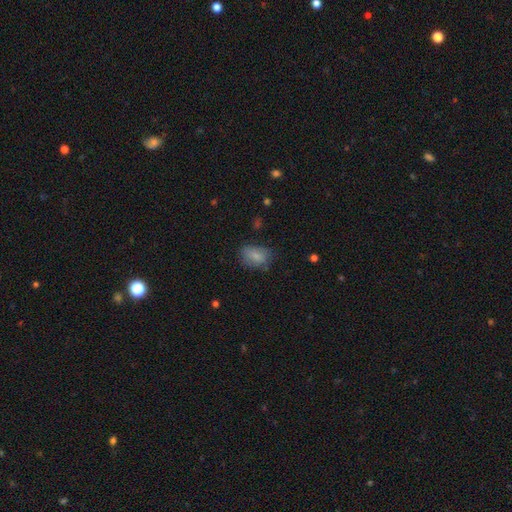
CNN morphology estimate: This is likely a smooth galaxy (79%). How rounded: clearly in between (83%). Merging: likely none (61%).